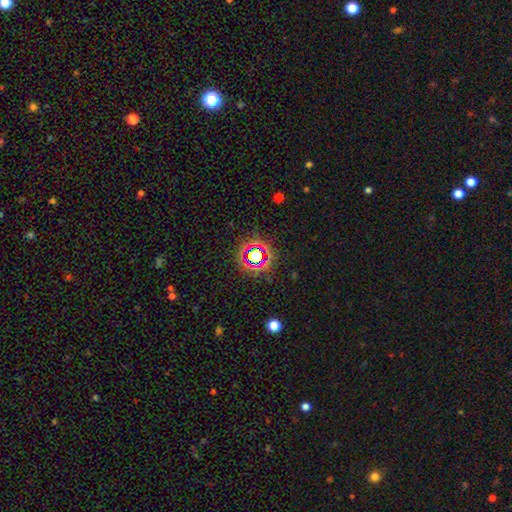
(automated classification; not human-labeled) This is likely a star or artifact rather than a galaxy (63%).